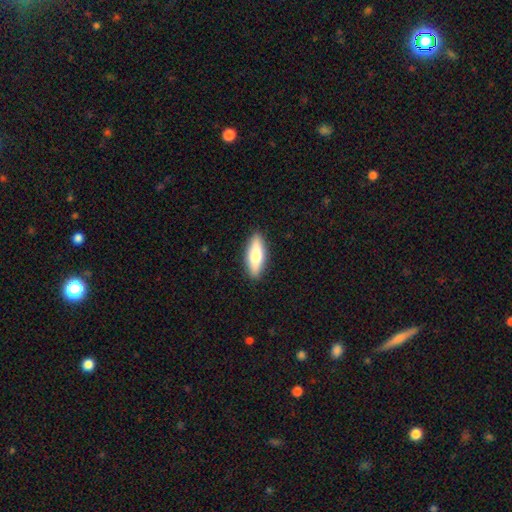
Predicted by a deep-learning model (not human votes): Smooth or featured? smooth (70%)
How rounded? in between (54%)
Merging? none (89%)